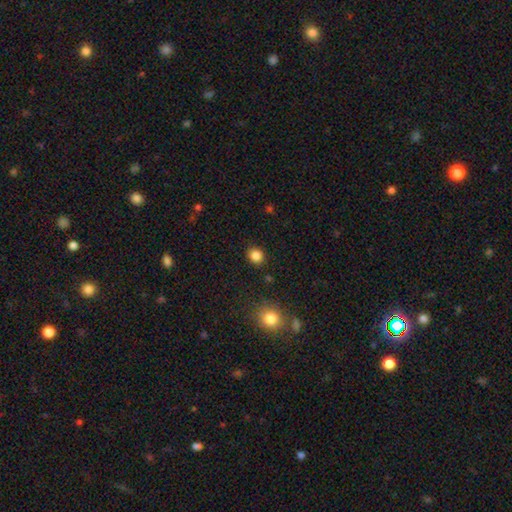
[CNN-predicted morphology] This appears to be a smooth galaxy with no disk features (85%) that is round (77%). Merging: none (89%).